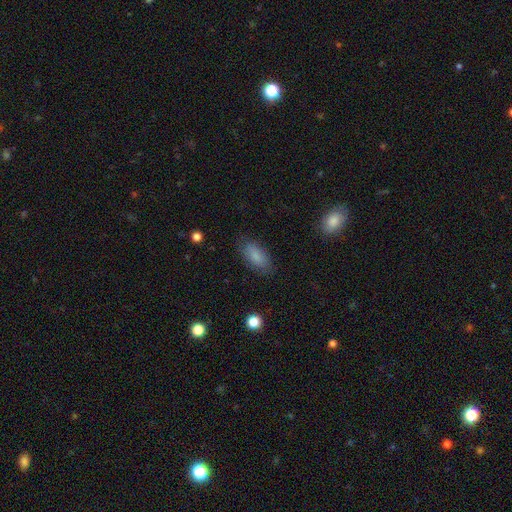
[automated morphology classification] Q: Smooth or featured?
A: smooth (82%); runner-up: featured or disk (11%)
Q: How rounded?
A: in between (89%); runner-up: cigar-shaped (9%)
Q: Merging?
A: none (80%); runner-up: minor disturbance (15%)